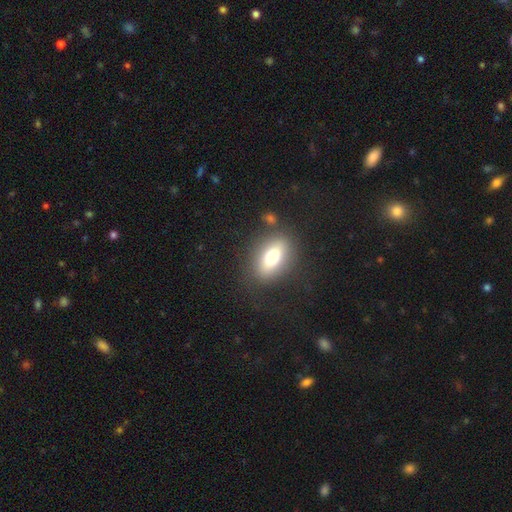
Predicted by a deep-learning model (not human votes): The model was most divided on "smooth or featured": smooth: 66%, featured or disk: 22%, star or artifact: 12%. More confident: how rounded — in between (81%); merging — none (80%).